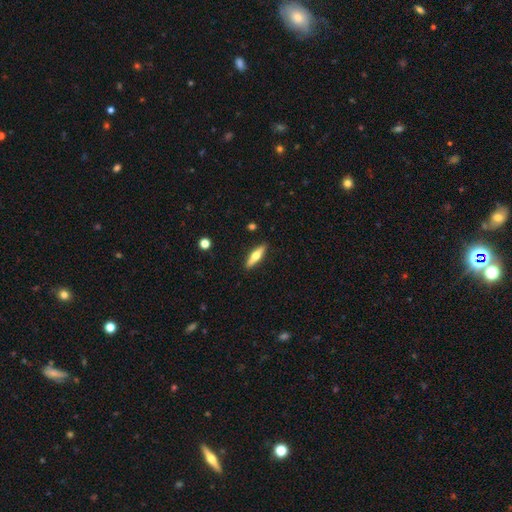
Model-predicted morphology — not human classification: This appears to be a featured or disk galaxy (47%, tied with smooth). Merging: none (90%).